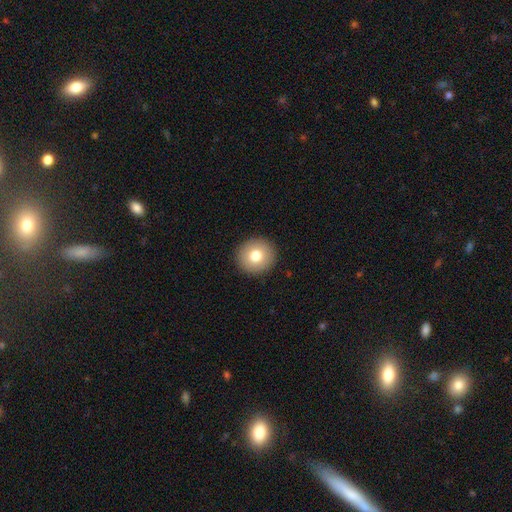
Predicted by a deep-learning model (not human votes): A smooth galaxy with no disk features (77%) that is round (92%).

Vote fractions:
- Smooth or featured? smooth: 77% / featured or disk: 14% / star or artifact: 9%
- How rounded? round: 92% / in between: 7% / cigar-shaped: 1%
- Merging? none: 92% / minor disturbance: 5% / major disturbance: 2% / merger: 1%